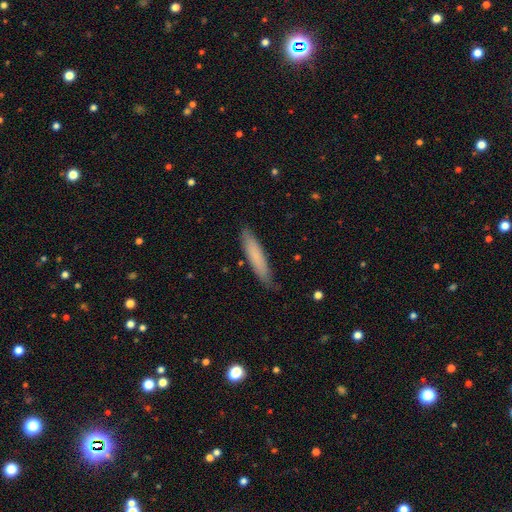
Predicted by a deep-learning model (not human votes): A smooth galaxy with no disk features (77%) that is cigar-shaped (87%). Merging: none (82%).